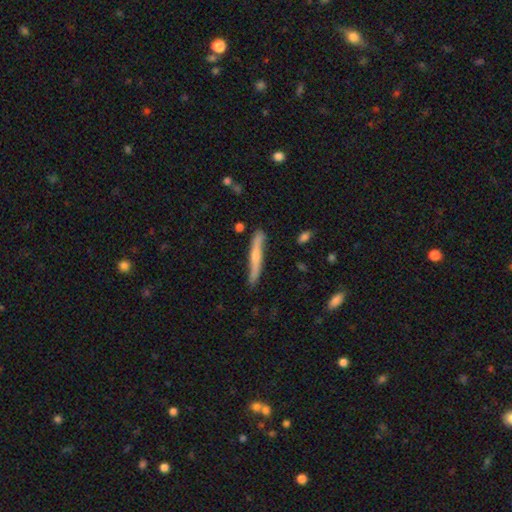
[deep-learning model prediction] featured or disk 56%, smooth 39%, star or artifact 6%. Down the decision tree: edge-on disk — yes (88%); merging — none (79%).